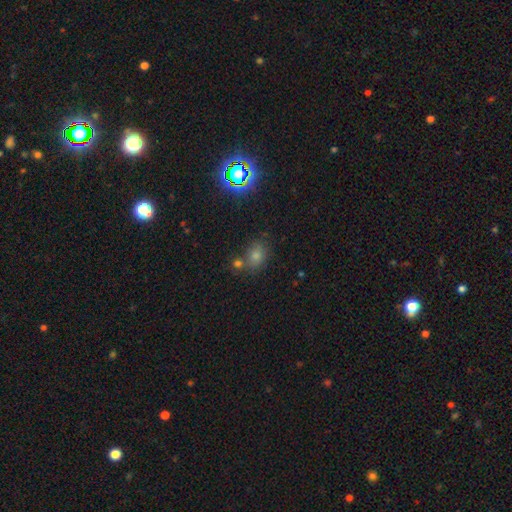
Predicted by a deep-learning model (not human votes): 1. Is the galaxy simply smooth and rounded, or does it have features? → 54% smooth, 35% star or artifact, 10% featured or disk.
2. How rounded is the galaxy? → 53% round, 45% in between, 1% cigar-shaped.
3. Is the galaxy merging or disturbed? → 66% none, 19% merger, 11% minor disturbance, 4% major disturbance.